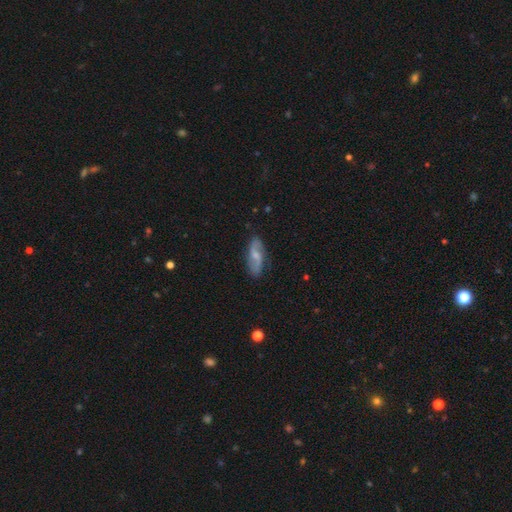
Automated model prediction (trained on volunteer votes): featured or disk 65%, smooth 29%, star or artifact 6%. Down the decision tree: edge-on disk — no (91%); bar — weak (47%); spiral arms — yes (91%); spiral arm count — 2 (88%); spiral winding — loose (53%); bulge size — small (45%); merging — none (81%).